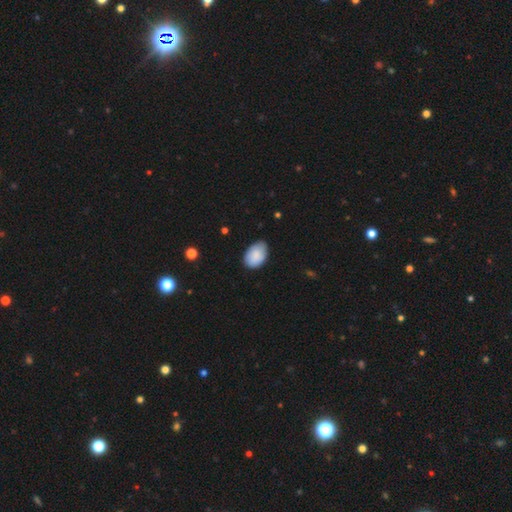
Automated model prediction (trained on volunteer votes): Smooth or featured: smooth — 87% (featured or disk — 7%)
How rounded: in between — 89% (round — 9%)
Merging: none — 73% (minor disturbance — 23%)